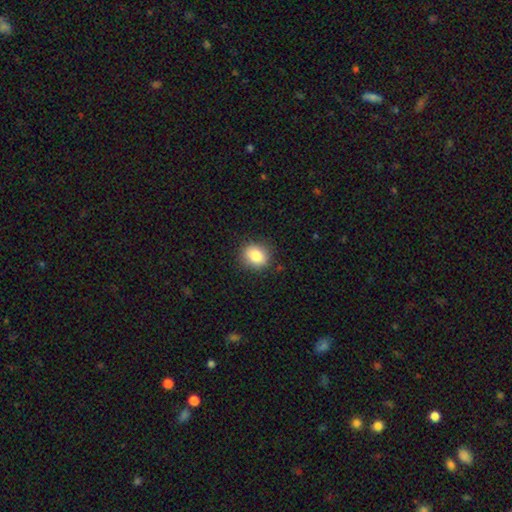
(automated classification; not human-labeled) Smooth or featured?
  - smooth: 85% *
  - star or artifact: 9%
  - featured or disk: 6%
How rounded?
  - round: 60% *
  - in between: 39%
  - cigar-shaped: 1%
Merging?
  - none: 86% *
  - minor disturbance: 10%
  - major disturbance: 3%
  - merger: 1%